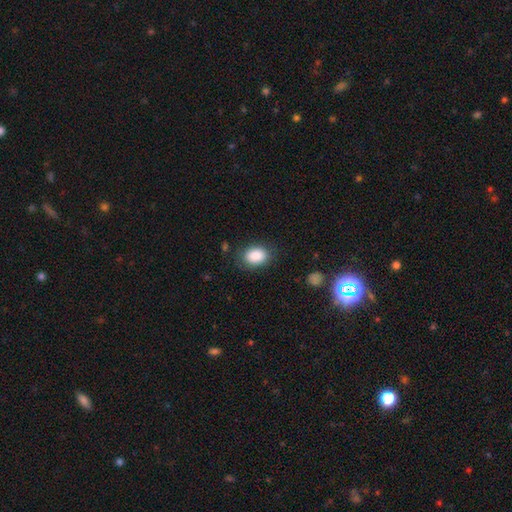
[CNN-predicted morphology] smooth 88%, star or artifact 8%, featured or disk 5%. Down the decision tree: how rounded — in between (77%); merging — none (81%).